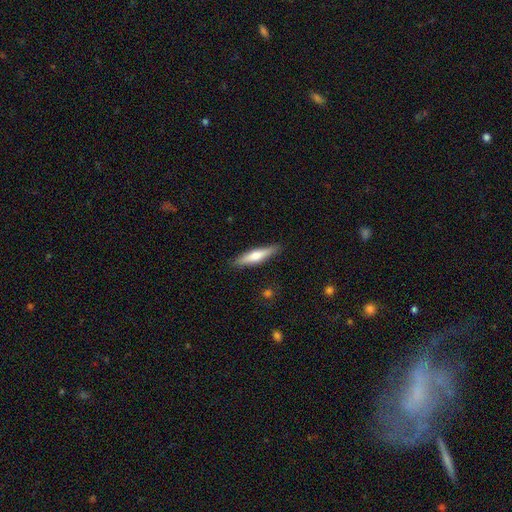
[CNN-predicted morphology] A smooth galaxy with no disk features (52%) that is cigar-shaped (84%).

Vote fractions:
- Smooth or featured? smooth: 52% / featured or disk: 42% / star or artifact: 6%
- How rounded? cigar-shaped: 84% / in between: 15% / round: 2%
- Merging? none: 89% / minor disturbance: 8% / major disturbance: 2% / merger: 1%